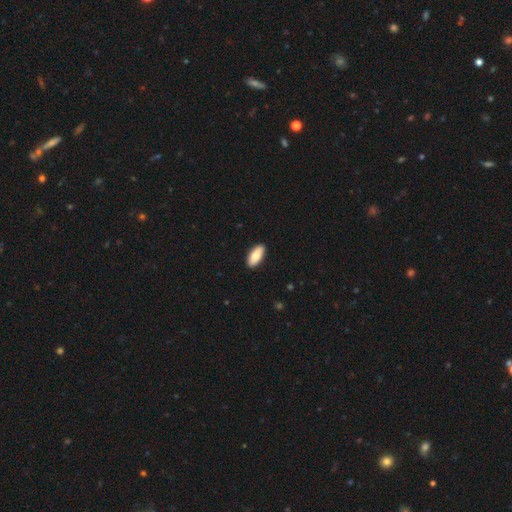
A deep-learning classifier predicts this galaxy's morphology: type=smooth (82%); roundness=in between (85%); merging=none (89%).